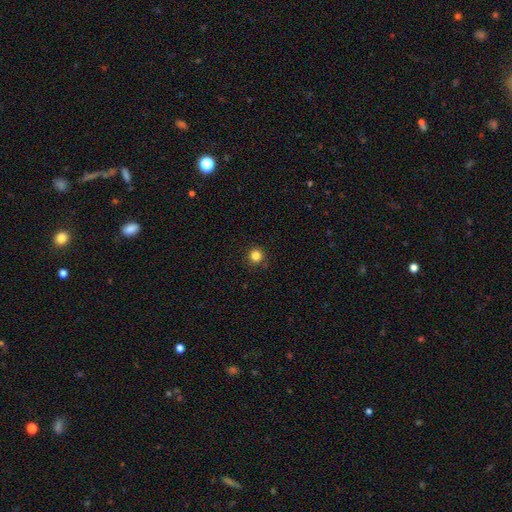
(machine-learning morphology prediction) Q: Smooth or featured?
A: smooth (83%); runner-up: star or artifact (13%)
Q: How rounded?
A: round (95%); runner-up: in between (4%)
Q: Merging?
A: none (91%); runner-up: minor disturbance (6%)